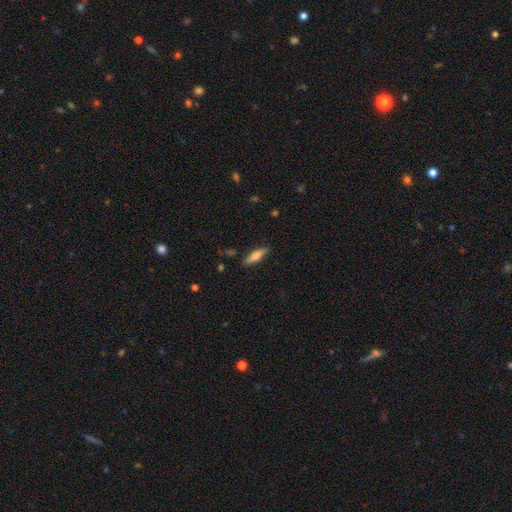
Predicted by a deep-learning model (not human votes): Smooth or featured: smooth — 59% (featured or disk — 34%)
How rounded: cigar-shaped — 62% (in between — 36%)
Merging: none — 84% (minor disturbance — 12%)